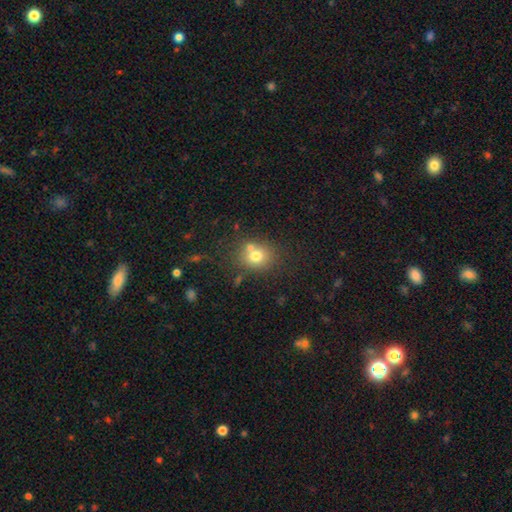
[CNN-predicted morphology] The model was most divided on "merging": none: 60%, merger: 24%, minor disturbance: 12%, major disturbance: 5%. More confident: smooth or featured — smooth (72%); how rounded — round (70%).